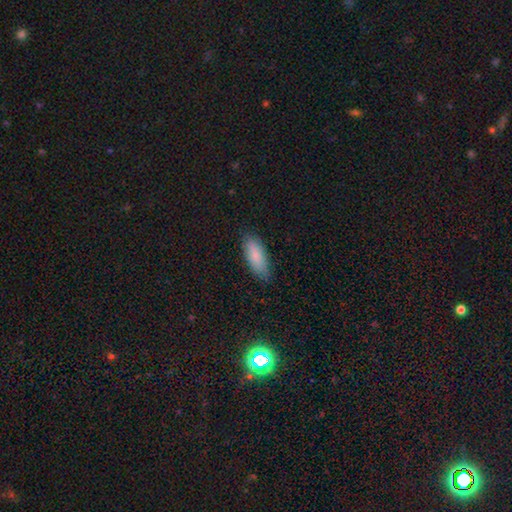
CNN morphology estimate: smooth-or-featured: smooth: 84% | featured or disk: 10% | star or artifact: 7%
  how-rounded: in between: 74% | cigar-shaped: 24% | round: 2%
  merging: none: 83% | minor disturbance: 14% | major disturbance: 3% | merger: 1%